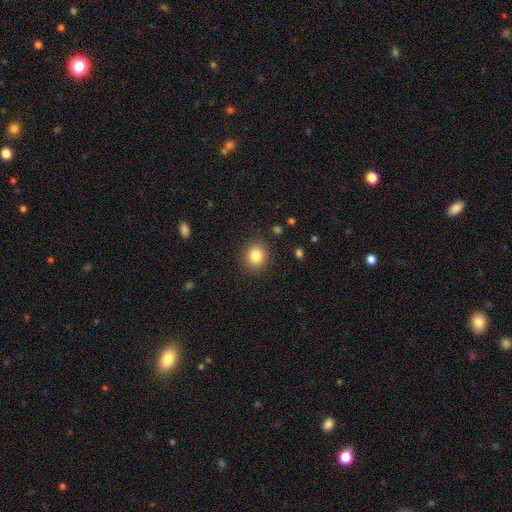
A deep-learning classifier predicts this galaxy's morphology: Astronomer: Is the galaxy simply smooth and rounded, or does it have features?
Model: smooth — 84%.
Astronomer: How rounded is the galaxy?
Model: round — 82%.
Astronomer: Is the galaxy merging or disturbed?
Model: none — 89%.